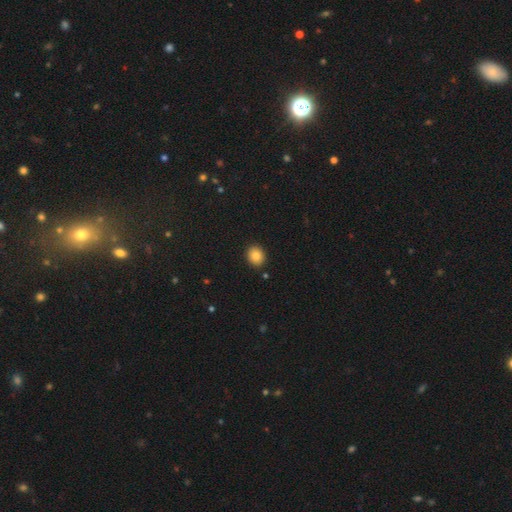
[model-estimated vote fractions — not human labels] The model was most divided on "how rounded": round: 69%, in between: 30%, cigar-shaped: 1%. More confident: merging — none (91%); smooth or featured — smooth (84%).